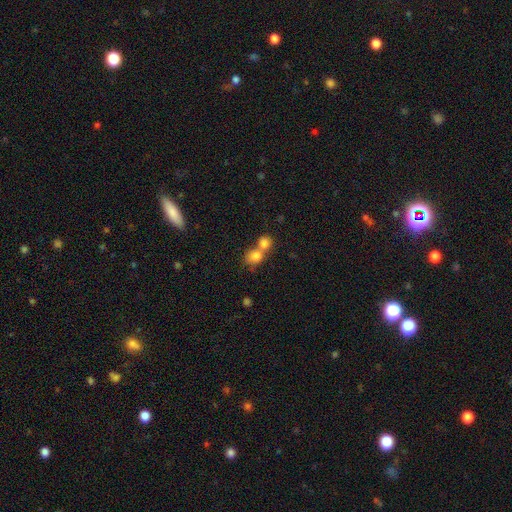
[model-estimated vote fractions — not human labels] Smooth or featured? smooth (80%)
How rounded? round (68%)
Merging? merger (61%)